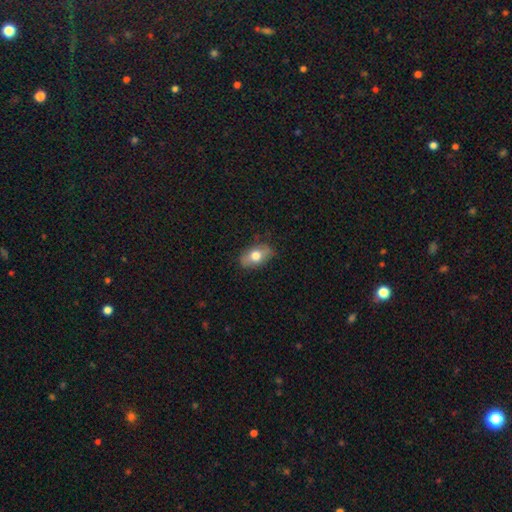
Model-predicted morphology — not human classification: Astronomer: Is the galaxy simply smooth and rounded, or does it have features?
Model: smooth — 69%.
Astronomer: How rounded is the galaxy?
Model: in between — 87%.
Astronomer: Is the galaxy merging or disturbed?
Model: none — 82%.